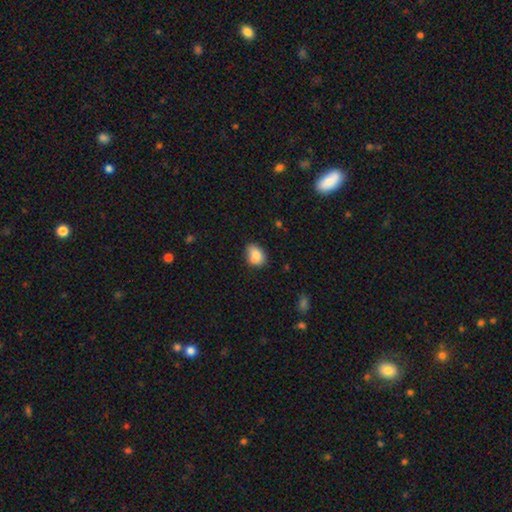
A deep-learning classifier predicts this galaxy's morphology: smooth 83%, featured or disk 9%, star or artifact 8%. Down the decision tree: how rounded — in between (66%); merging — none (68%).